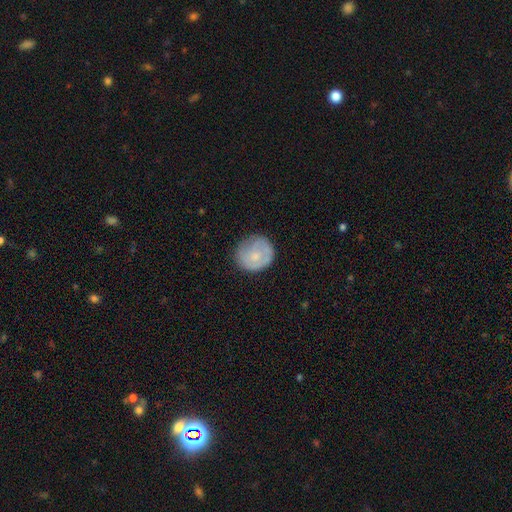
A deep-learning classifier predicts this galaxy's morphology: Q: Smooth or featured?
A: smooth (60%); runner-up: featured or disk (33%)
Q: How rounded?
A: round (86%); runner-up: in between (13%)
Q: Merging?
A: none (74%); runner-up: minor disturbance (19%)